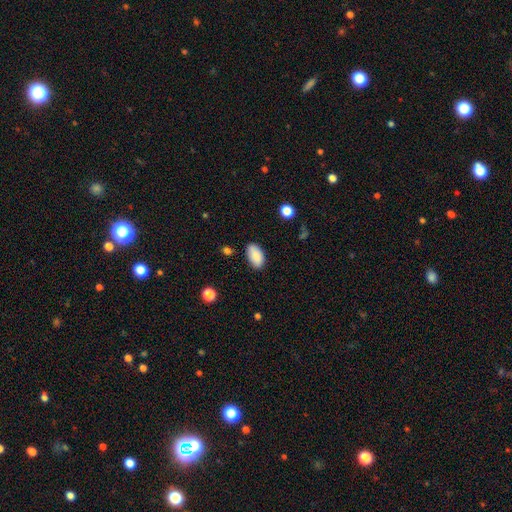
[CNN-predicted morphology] Smooth or featured? Predicted: smooth (p=0.85). How rounded? Predicted: in between (p=0.94). Merging? Predicted: none (p=0.83).